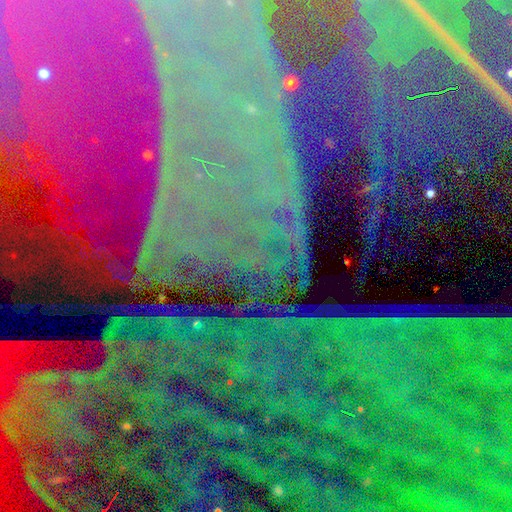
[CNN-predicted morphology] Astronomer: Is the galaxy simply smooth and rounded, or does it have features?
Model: star or artifact — 89%.